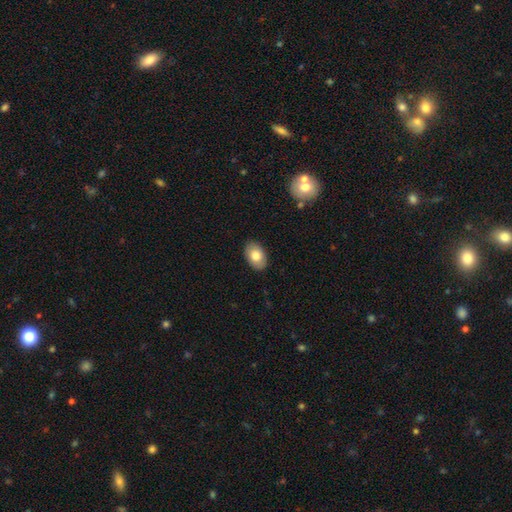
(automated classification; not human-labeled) A smooth galaxy with no disk features (79%) that is in between round and cigar-shaped (88%). Merging: none (89%).